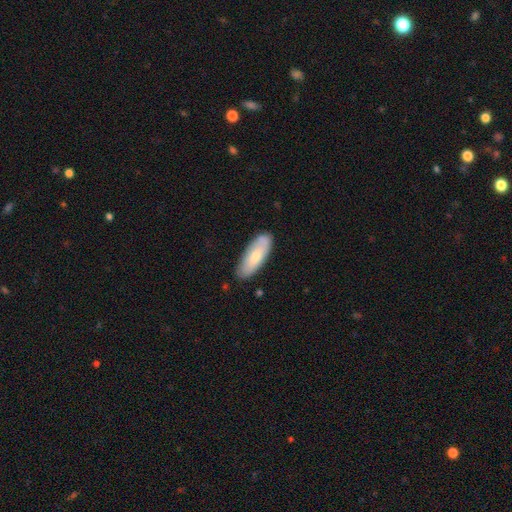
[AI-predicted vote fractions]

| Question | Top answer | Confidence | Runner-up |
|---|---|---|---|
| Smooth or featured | smooth | 68% | featured or disk (26%) |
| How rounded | in between | 72% | cigar-shaped (27%) |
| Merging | none | 79% | minor disturbance (16%) |